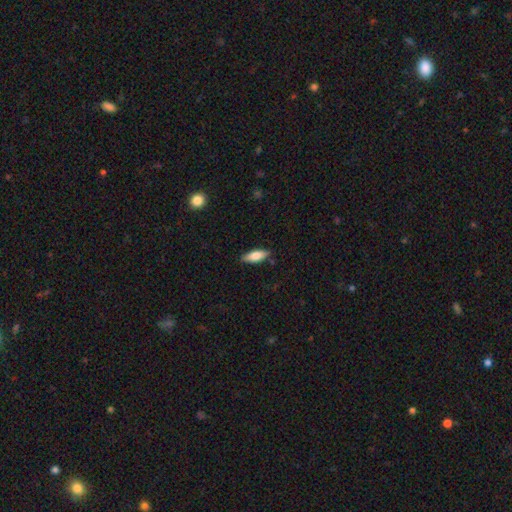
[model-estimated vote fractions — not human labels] This appears to be a smooth galaxy with no disk features (79%) that is in between round and cigar-shaped (69%). Merging: none (84%).